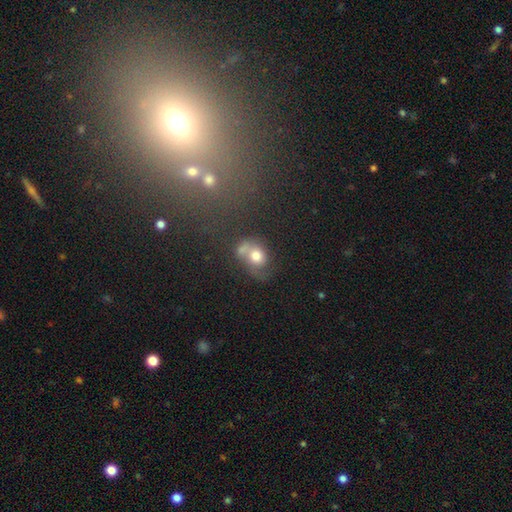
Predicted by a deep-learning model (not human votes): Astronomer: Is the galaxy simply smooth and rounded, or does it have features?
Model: smooth — 60%.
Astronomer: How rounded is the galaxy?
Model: in between — 50% (runner-up: round, 48%).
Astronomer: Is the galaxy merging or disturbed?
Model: merger — 39% (runner-up: none, 28%).